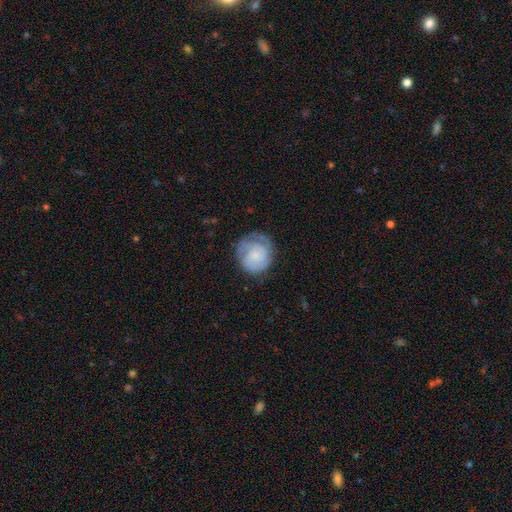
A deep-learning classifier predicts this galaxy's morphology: This is possibly a featured or disk galaxy (58%). It is clearly not viewed edge-on (98%). Bar: likely no (74%). Spiral arm pattern: clearly yes (89%). Spiral arm count: marginally 2 (34%). Spiral winding: possibly tight (58%). Central bulge: possibly small (54%). Merging: likely none (65%).